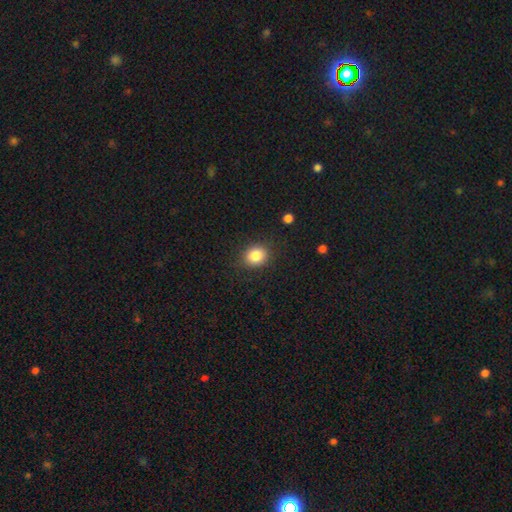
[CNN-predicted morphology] Smooth or featured?
  - smooth: 84% *
  - star or artifact: 10%
  - featured or disk: 6%
How rounded?
  - round: 64% *
  - in between: 35%
  - cigar-shaped: 1%
Merging?
  - none: 85% *
  - minor disturbance: 10%
  - major disturbance: 3%
  - merger: 1%